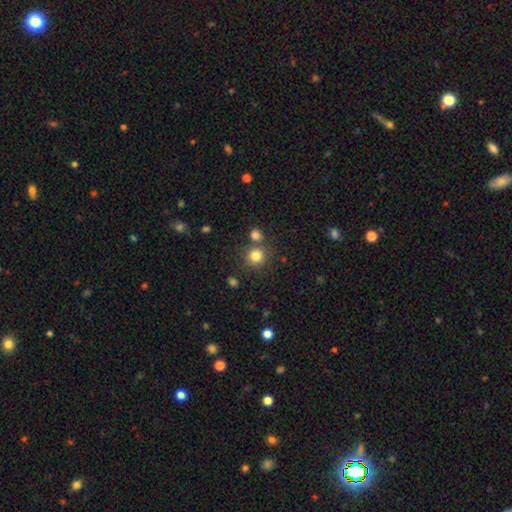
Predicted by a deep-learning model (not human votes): This is clearly a smooth galaxy (81%). How rounded: clearly round (92%). Merging: likely none (75%).